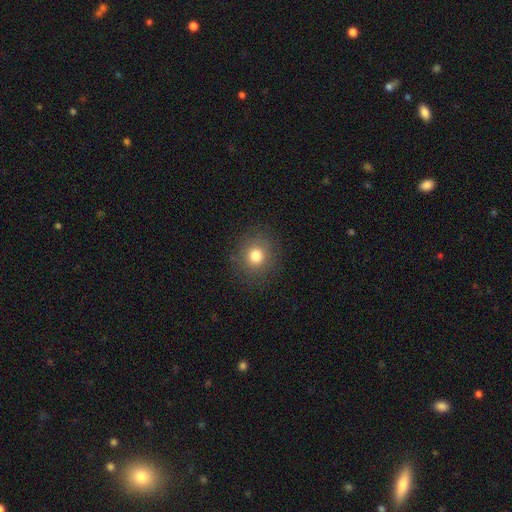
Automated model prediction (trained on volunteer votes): Smooth or featured? Predicted: smooth (p=0.79). How rounded? Predicted: round (p=0.83). Merging? Predicted: none (p=0.87).